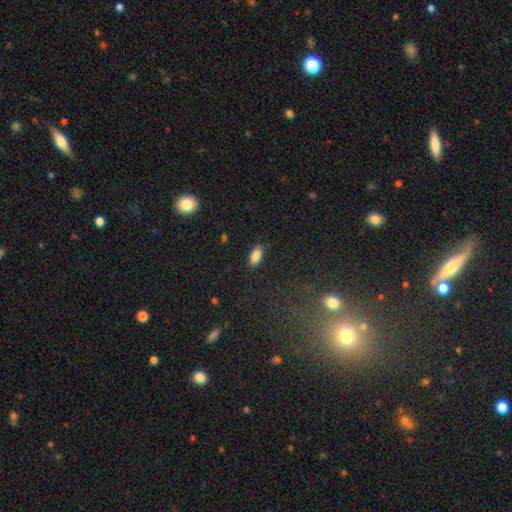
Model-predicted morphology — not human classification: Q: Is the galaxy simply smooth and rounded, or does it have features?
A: smooth — 86%.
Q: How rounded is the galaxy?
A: in between — 89%.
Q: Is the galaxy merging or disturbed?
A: none — 87%.